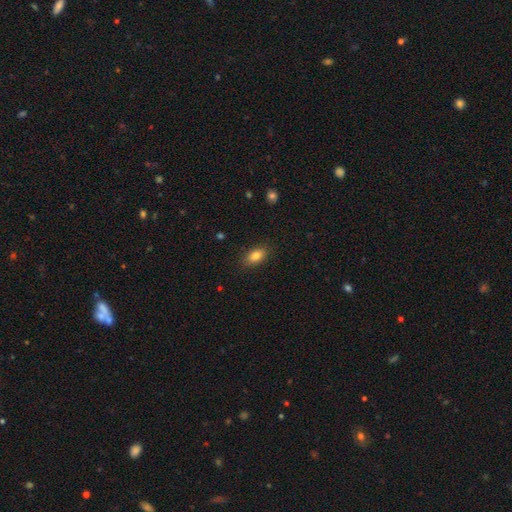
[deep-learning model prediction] Smooth or featured?
  - smooth: 84% *
  - star or artifact: 8%
  - featured or disk: 8%
How rounded?
  - in between: 89% *
  - round: 8%
  - cigar-shaped: 3%
Merging?
  - none: 87% *
  - minor disturbance: 9%
  - major disturbance: 2%
  - merger: 1%